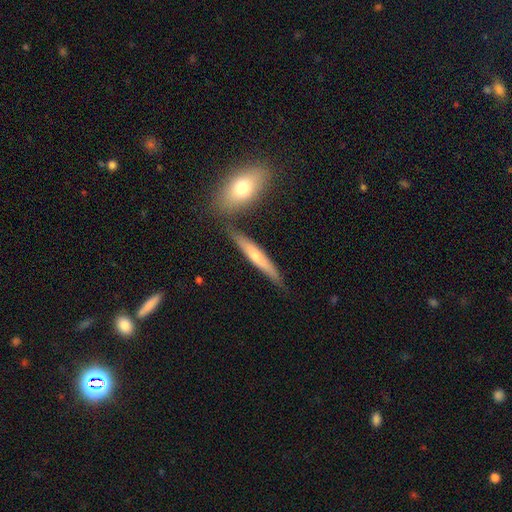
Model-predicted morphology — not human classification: A smooth galaxy with no disk features (50%).

Vote fractions:
- Smooth or featured? smooth: 50% / featured or disk: 44% / star or artifact: 6%
- Merging? none: 75% / minor disturbance: 13% / merger: 9% / major disturbance: 3%